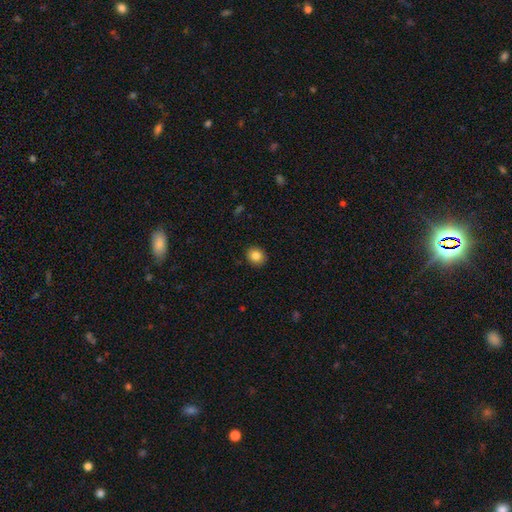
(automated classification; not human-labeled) smooth_or_featured: smooth (p=0.84) [alt: star or artifact p=0.10]
how_rounded: round (p=0.77) [alt: in between p=0.22]
merging: none (p=0.90) [alt: minor disturbance p=0.07]